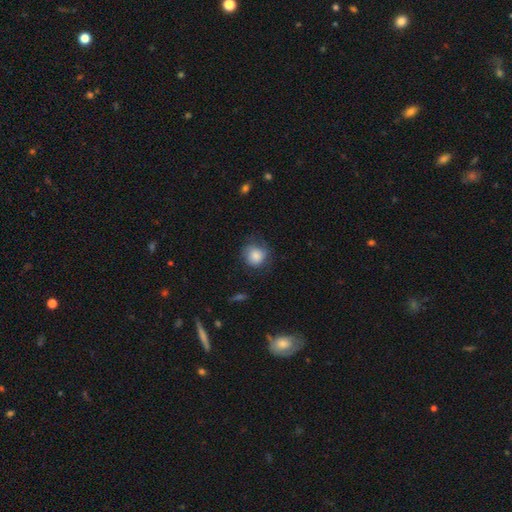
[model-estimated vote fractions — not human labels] Q: Smooth or featured?
A: smooth (80%); runner-up: featured or disk (12%)
Q: How rounded?
A: round (85%); runner-up: in between (14%)
Q: Merging?
A: none (63%); runner-up: minor disturbance (24%)